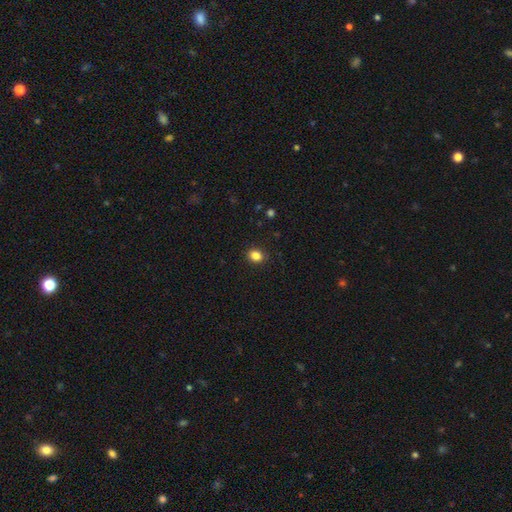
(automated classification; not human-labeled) Smooth or featured? Predicted: smooth (p=0.85). How rounded? Predicted: round (p=0.55). Merging? Predicted: none (p=0.89).